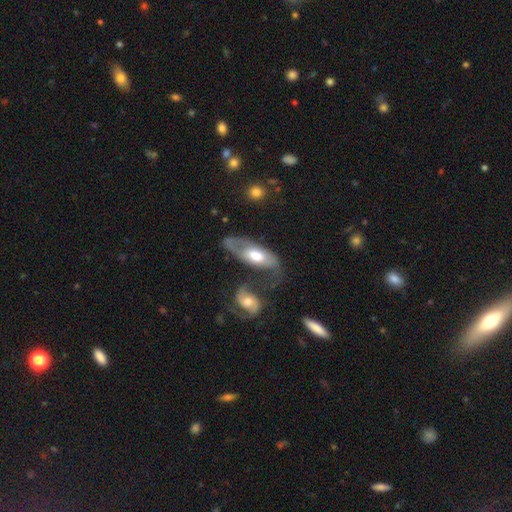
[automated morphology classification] featured or disk 58%, smooth 37%, star or artifact 5%. Down the decision tree: edge-on disk — no (83%); merging — none (39%).